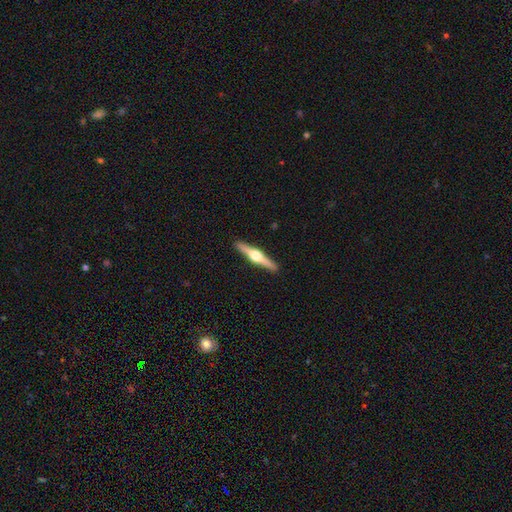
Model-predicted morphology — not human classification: The model was most divided on "smooth or featured": featured or disk: 75%, smooth: 21%, star or artifact: 4%. More confident: edge-on disk — yes (98%); edge-on bulge — rounded (96%); merging — none (92%).